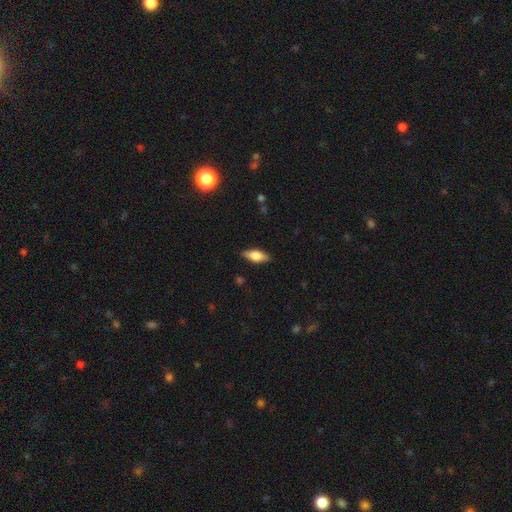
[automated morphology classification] This appears to be a smooth galaxy with no disk features (66%) that is in between round and cigar-shaped (77%). Merging: none (85%).